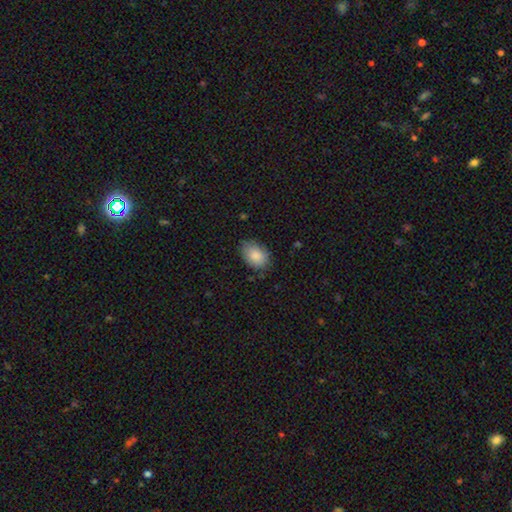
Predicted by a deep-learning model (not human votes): smooth-or-featured: smooth: 86% | star or artifact: 7% | featured or disk: 7%
  how-rounded: in between: 84% | round: 15% | cigar-shaped: 1%
  merging: none: 76% | minor disturbance: 20% | major disturbance: 4% | merger: 1%